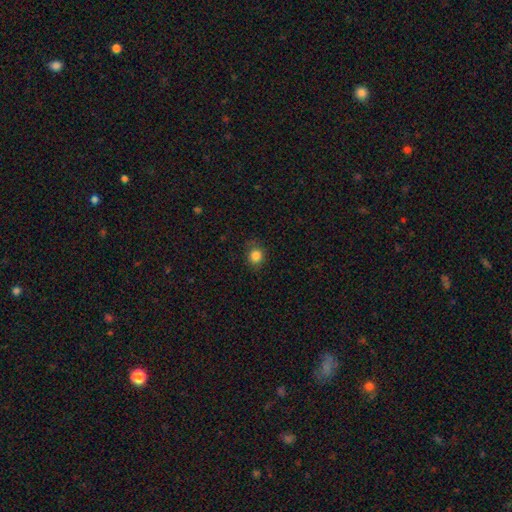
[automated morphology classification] Q: Smooth or featured?
A: smooth (84%); runner-up: star or artifact (11%)
Q: How rounded?
A: round (82%); runner-up: in between (17%)
Q: Merging?
A: none (81%); runner-up: minor disturbance (14%)